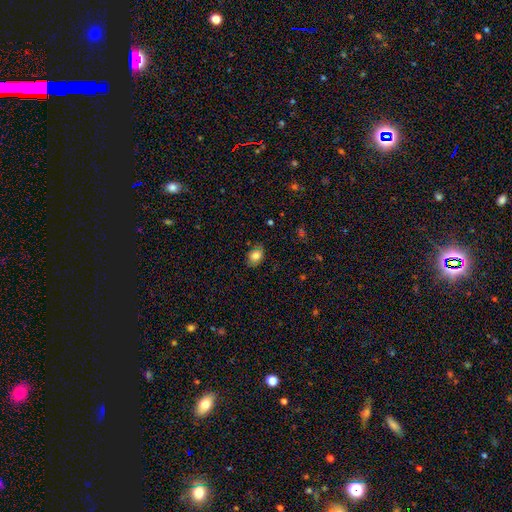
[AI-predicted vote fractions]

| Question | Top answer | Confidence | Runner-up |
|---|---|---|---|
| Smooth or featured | smooth | 82% | featured or disk (9%) |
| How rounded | in between | 73% | round (25%) |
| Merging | none | 81% | minor disturbance (15%) |